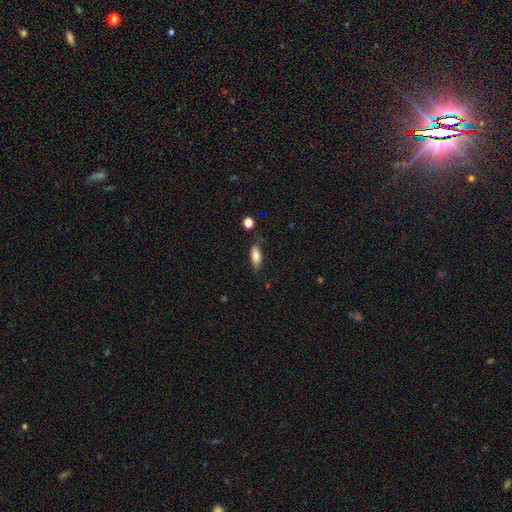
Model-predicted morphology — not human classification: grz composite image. It shows a smooth galaxy with no disk features (80%) that is in between round and cigar-shaped (72%). Merging: none (73%).